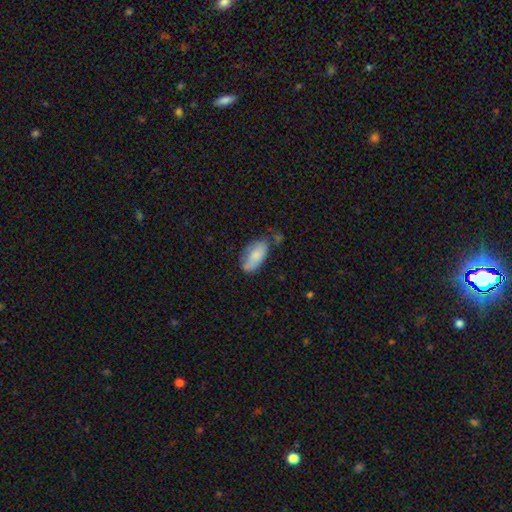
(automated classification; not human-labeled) This is likely a smooth galaxy (75%). How rounded: clearly in between (92%). Merging: possibly none (54%).